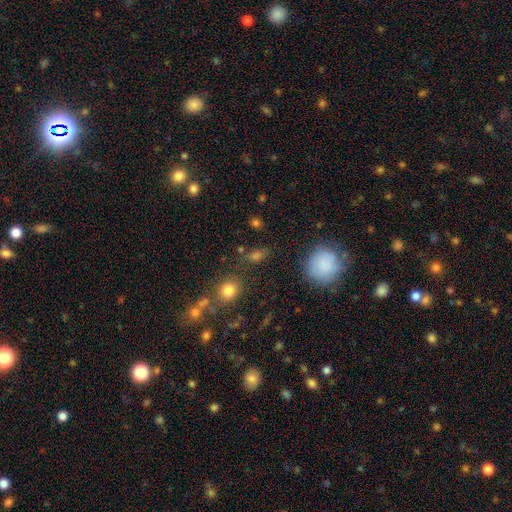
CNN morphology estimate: Smooth or featured?
  - smooth: 69% *
  - star or artifact: 21%
  - featured or disk: 10%
How rounded?
  - in between: 49% *
  - round: 45%
  - cigar-shaped: 5%
Merging?
  - none: 74% *
  - minor disturbance: 13%
  - merger: 7%
  - major disturbance: 6%